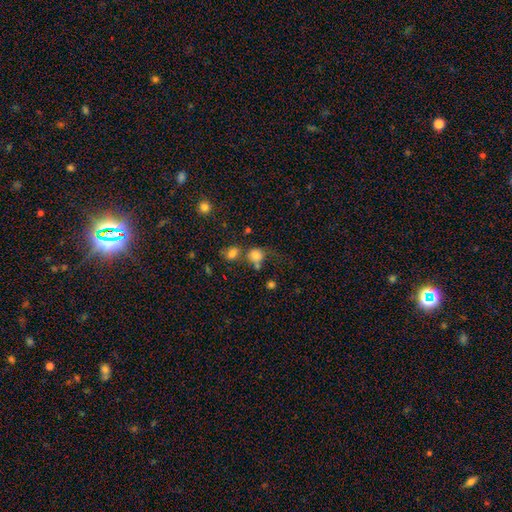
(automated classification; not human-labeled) Smooth or featured: smooth — 78% (star or artifact — 13%)
How rounded: round — 72% (in between — 27%)
Merging: none — 40% (merger — 31%)